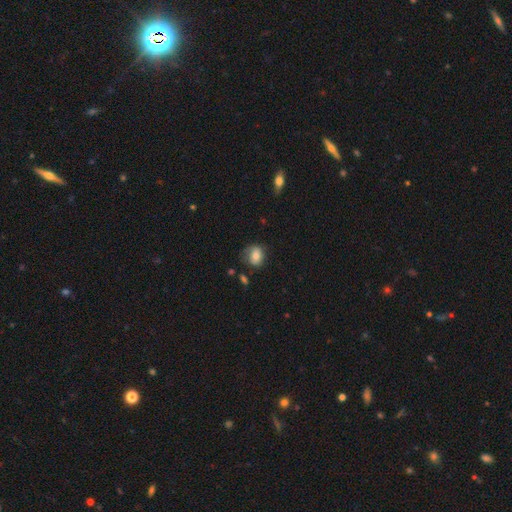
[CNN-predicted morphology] A smooth galaxy with no disk features (75%) that is in between round and cigar-shaped (50%). Merging: none (63%).